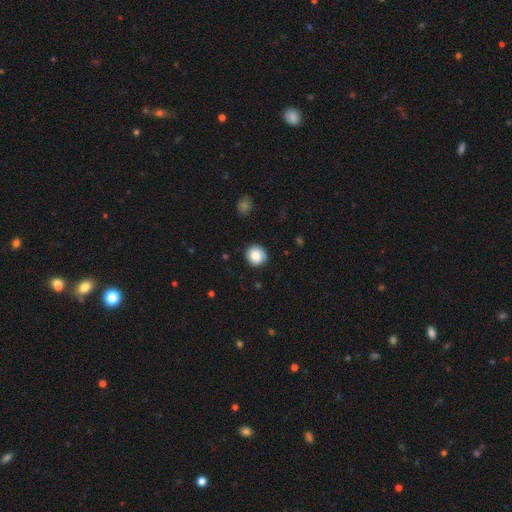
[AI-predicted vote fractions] This appears to be a smooth galaxy with no disk features (86%) that is round (91%). Merging: none (87%).